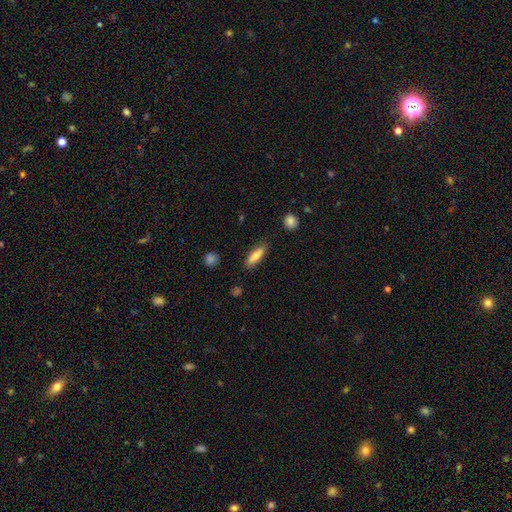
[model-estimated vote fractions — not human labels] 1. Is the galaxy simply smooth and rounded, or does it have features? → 74% smooth, 19% featured or disk, 7% star or artifact.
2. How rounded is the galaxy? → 64% cigar-shaped, 34% in between, 2% round.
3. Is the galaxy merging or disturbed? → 85% none, 11% minor disturbance, 2% major disturbance, 2% merger.